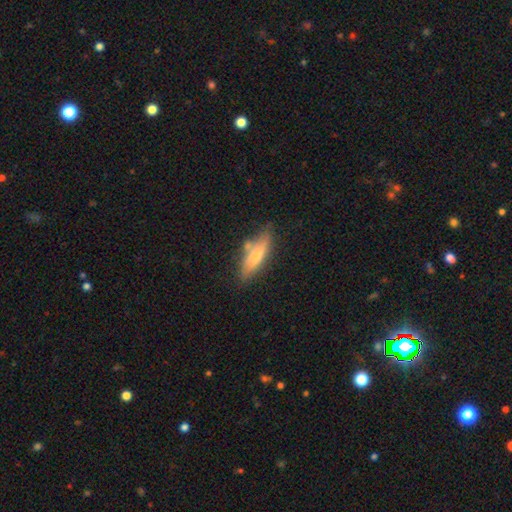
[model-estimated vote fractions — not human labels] Overall: smooth (56%; featured or disk 38%). How rounded: cigar-shaped (56%; in between 41%). Merging: none (70%).